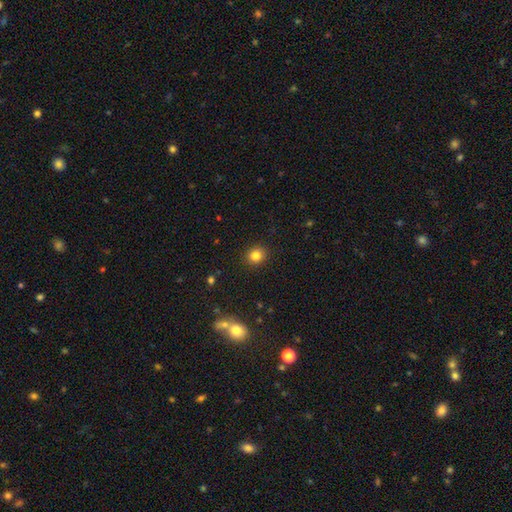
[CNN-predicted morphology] A smooth galaxy with no disk features (82%) that is round (83%). Merging: none (91%).